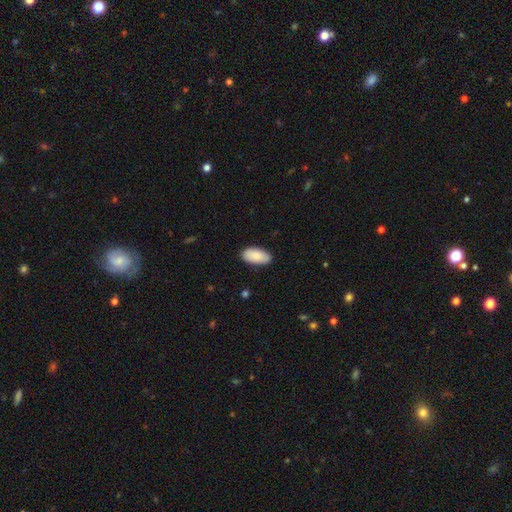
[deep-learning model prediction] The model was most divided on "merging": none: 87%, minor disturbance: 10%, major disturbance: 2%, merger: 1%. More confident: how rounded — in between (94%); smooth or featured — smooth (87%).